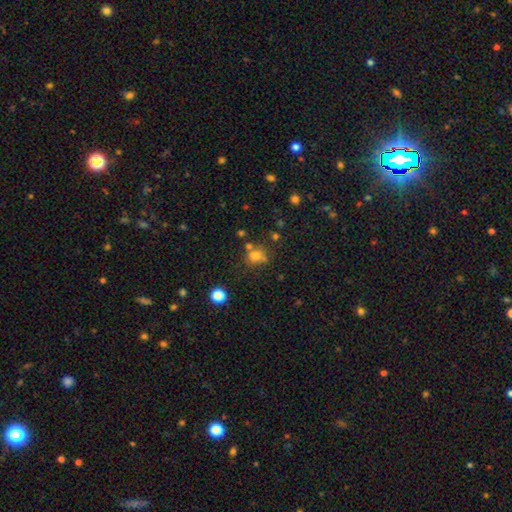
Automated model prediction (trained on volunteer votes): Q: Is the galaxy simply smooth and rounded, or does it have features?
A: smooth — 72%.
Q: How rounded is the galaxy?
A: round — 70%.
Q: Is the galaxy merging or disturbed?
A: none — 56%.